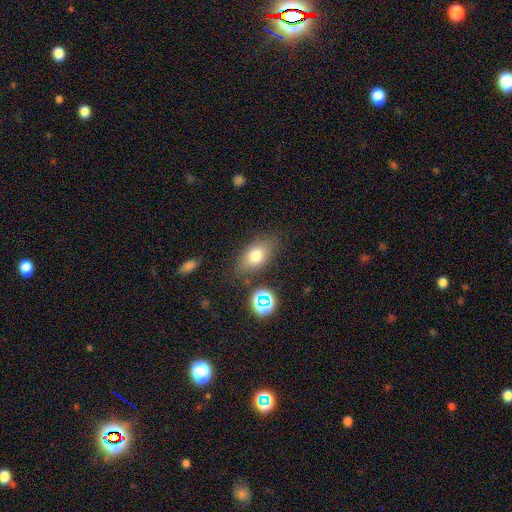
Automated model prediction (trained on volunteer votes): smooth_or_featured: smooth (p=0.74) [alt: featured or disk p=0.14]
how_rounded: in between (p=0.82) [alt: round p=0.15]
merging: none (p=0.77) [alt: minor disturbance p=0.15]